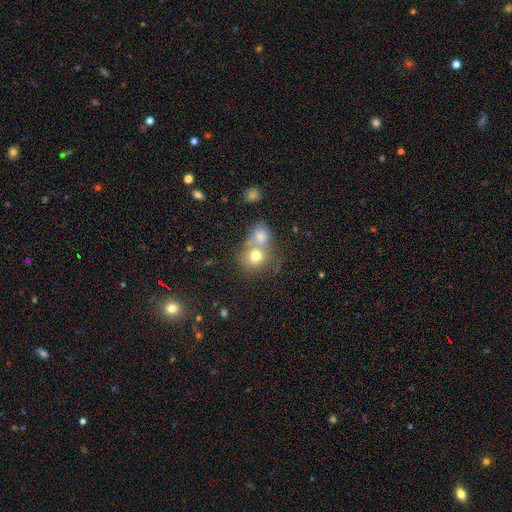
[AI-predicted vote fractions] Morphology: type=smooth (74%); roundness=round (79%); merging=merger (54%).